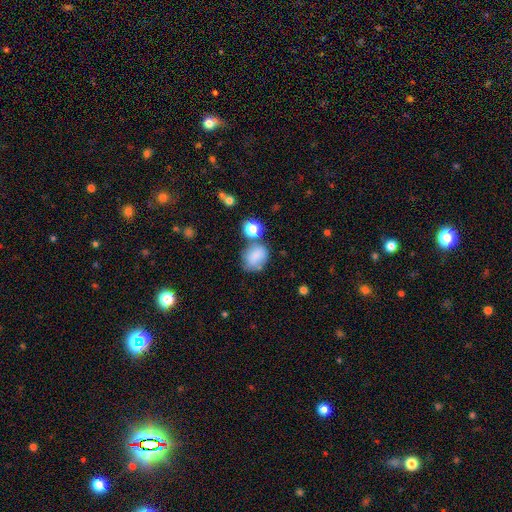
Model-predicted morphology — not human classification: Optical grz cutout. It shows a smooth galaxy with no disk features (78%) that is in between round and cigar-shaped (54%). Merging: none (52%).